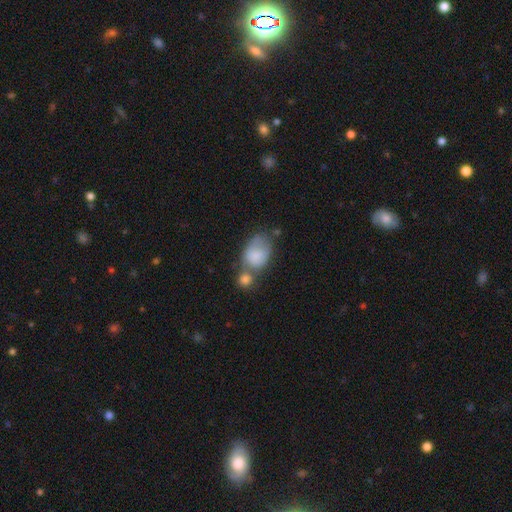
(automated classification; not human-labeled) A smooth galaxy with no disk features (76%) that is in between round and cigar-shaped (80%).

Vote fractions:
- Smooth or featured? smooth: 76% / featured or disk: 17% / star or artifact: 7%
- How rounded? in between: 80% / round: 19% / cigar-shaped: 1%
- Merging? merger: 45% / none: 23% / minor disturbance: 19% / major disturbance: 13%